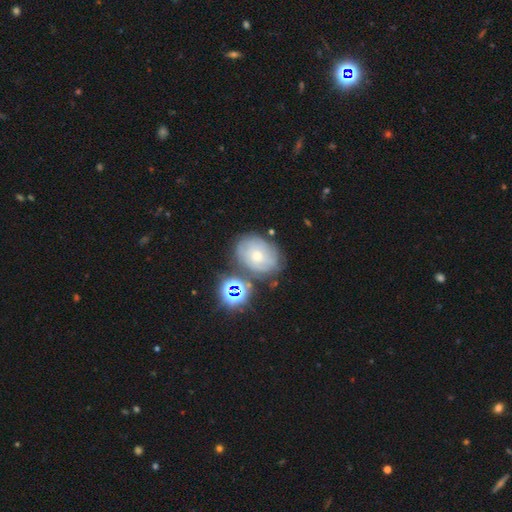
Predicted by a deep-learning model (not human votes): A featured or disk galaxy (47%).

Vote fractions:
- Smooth or featured? featured or disk: 47% / smooth: 36% / star or artifact: 17%
- Merging? none: 65% / minor disturbance: 20% / merger: 8% / major disturbance: 7%